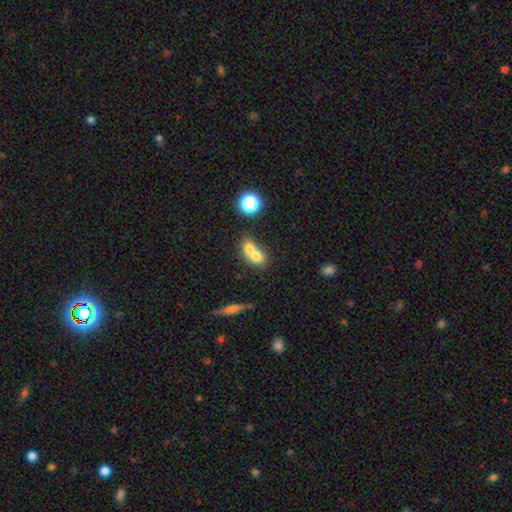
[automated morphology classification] Overall: smooth (68%). How rounded: in between (53%; round 44%). Merging: merger (71%).